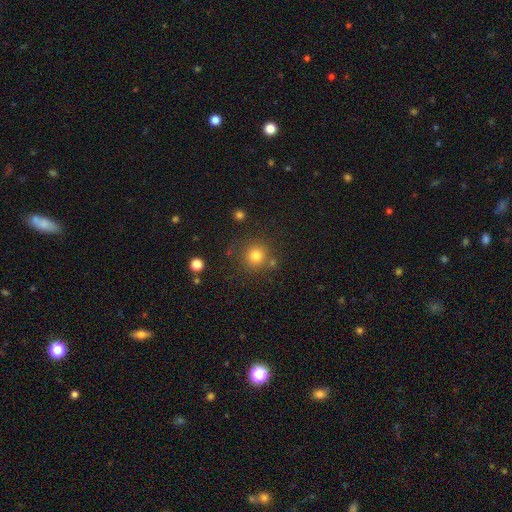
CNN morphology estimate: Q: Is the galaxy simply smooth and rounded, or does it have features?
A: smooth — 80%.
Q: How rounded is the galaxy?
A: round — 92%.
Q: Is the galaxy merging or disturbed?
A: none — 78%.